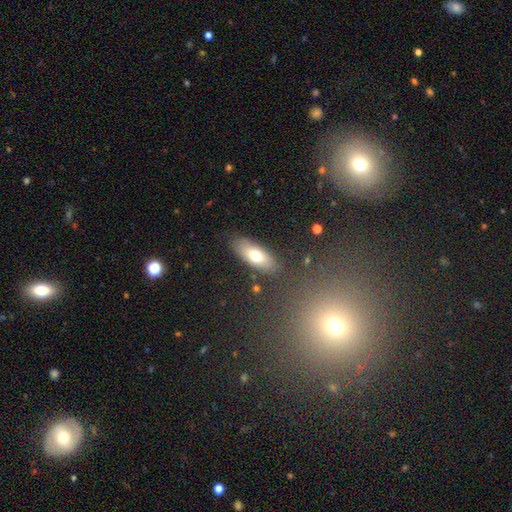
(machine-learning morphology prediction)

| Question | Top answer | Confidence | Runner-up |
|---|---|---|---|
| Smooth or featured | smooth | 69% | featured or disk (24%) |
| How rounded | in between | 80% | cigar-shaped (17%) |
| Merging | none | 83% | minor disturbance (11%) |